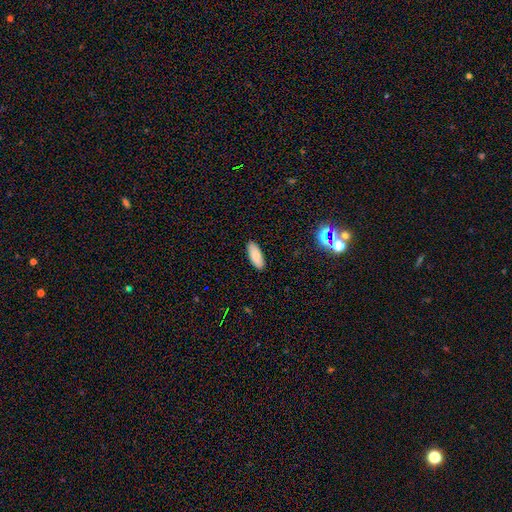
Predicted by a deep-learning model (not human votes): Smooth or featured: smooth — 85% (star or artifact — 7%)
How rounded: in between — 77% (cigar-shaped — 21%)
Merging: none — 90% (minor disturbance — 8%)